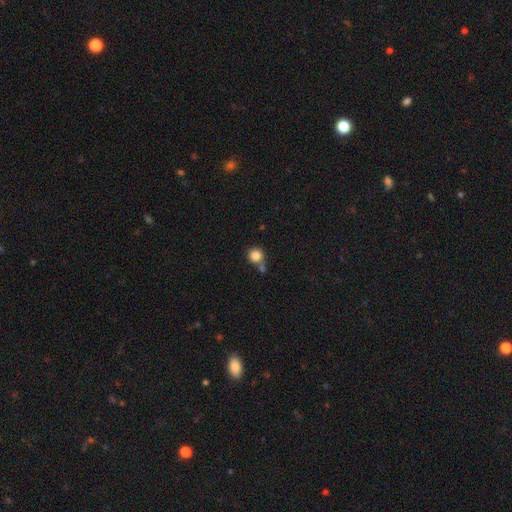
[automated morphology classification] smooth 84%, star or artifact 10%, featured or disk 6%. Down the decision tree: how rounded — round (93%); merging — none (60%).